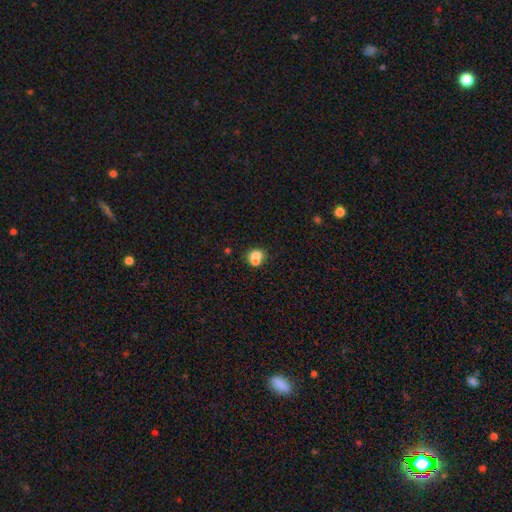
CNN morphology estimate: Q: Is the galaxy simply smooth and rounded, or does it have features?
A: smooth — 70%.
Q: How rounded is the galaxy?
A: round — 68%.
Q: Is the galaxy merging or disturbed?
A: merger — 57%.